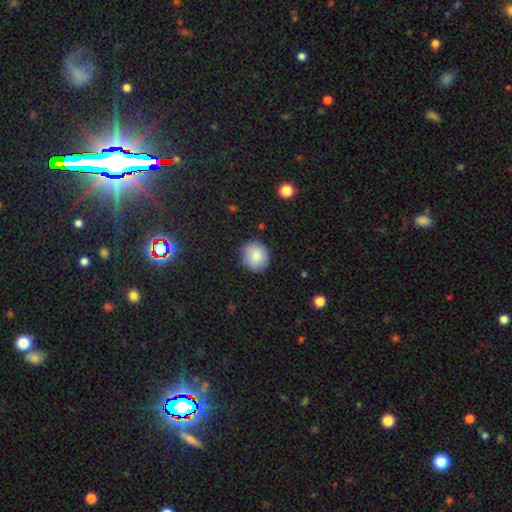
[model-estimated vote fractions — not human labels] smooth_or_featured: smooth (p=0.85) [alt: star or artifact p=0.08]
how_rounded: round (p=0.87) [alt: in between p=0.12]
merging: none (p=0.84) [alt: minor disturbance p=0.13]